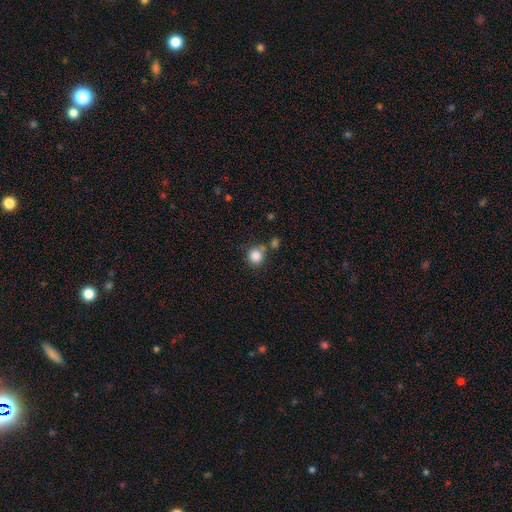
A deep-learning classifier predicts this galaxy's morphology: The model was most divided on "merging": none: 67%, merger: 16%, minor disturbance: 13%, major disturbance: 4%. More confident: how rounded — round (86%); smooth or featured — smooth (85%).